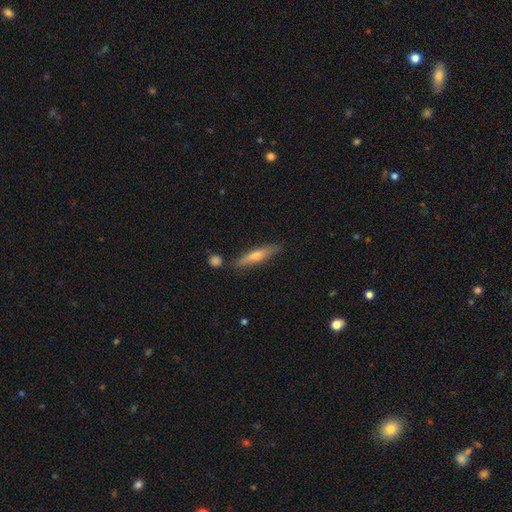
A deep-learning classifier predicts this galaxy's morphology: Q: Smooth or featured?
A: smooth (48%); runner-up: featured or disk (46%)
Q: Merging?
A: none (82%); runner-up: minor disturbance (12%)